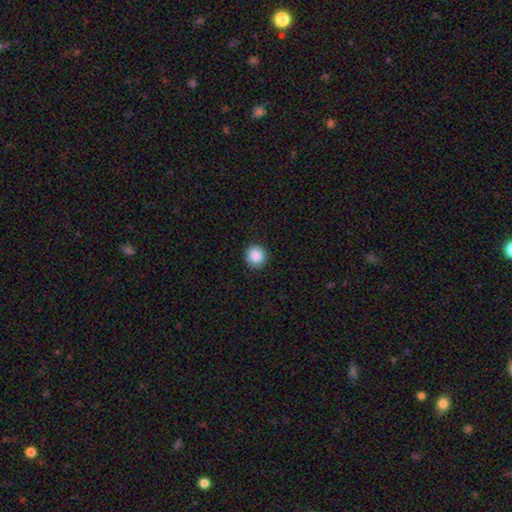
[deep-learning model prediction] This is clearly a smooth galaxy (89%). How rounded: clearly round (94%). Merging: clearly none (91%).